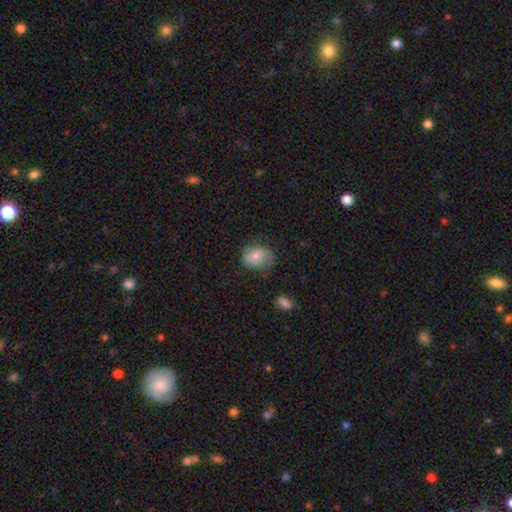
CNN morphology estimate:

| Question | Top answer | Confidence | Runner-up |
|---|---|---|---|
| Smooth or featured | smooth | 65% | featured or disk (26%) |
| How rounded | round | 55% | in between (44%) |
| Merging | none | 61% | minor disturbance (27%) |